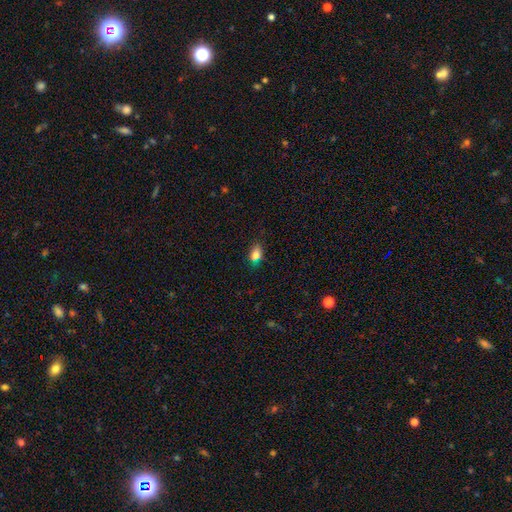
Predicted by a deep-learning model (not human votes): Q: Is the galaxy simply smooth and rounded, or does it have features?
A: smooth — 80%.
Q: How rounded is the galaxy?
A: in between — 82%.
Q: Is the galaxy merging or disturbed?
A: none — 76%.